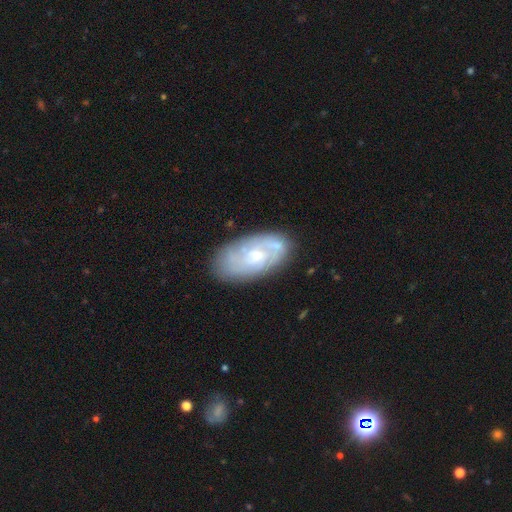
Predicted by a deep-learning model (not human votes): This is likely a featured or disk galaxy (67%). It is clearly not viewed edge-on (94%). Bar: likely no (70%). Spiral arm pattern: clearly yes (81%). Spiral arm count: possibly can't tell (46%). Spiral winding: possibly tight (58%). Central bulge: possibly small (52%). Merging: likely none (73%).